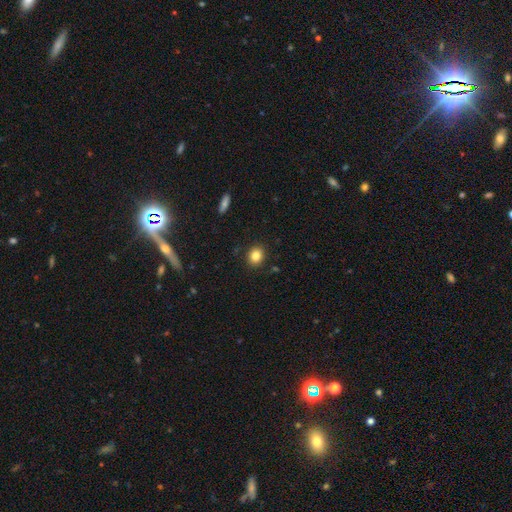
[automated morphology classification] This is clearly a smooth galaxy (84%). How rounded: likely round (65%). Merging: clearly none (89%).